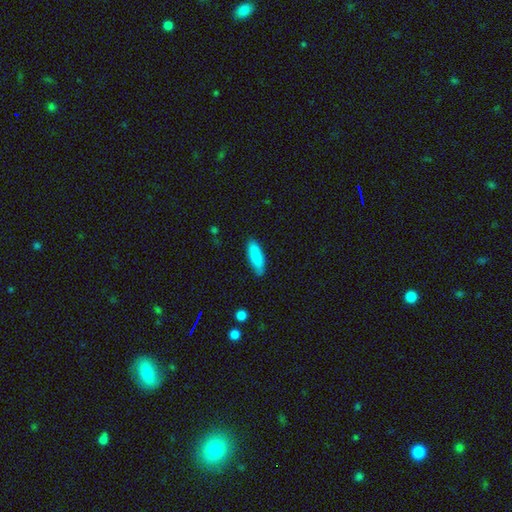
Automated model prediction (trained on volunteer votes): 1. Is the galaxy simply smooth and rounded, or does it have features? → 87% smooth, 7% featured or disk, 6% star or artifact.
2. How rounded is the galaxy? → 53% in between, 46% cigar-shaped, 2% round.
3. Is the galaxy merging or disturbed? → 84% none, 13% minor disturbance, 2% major disturbance, 1% merger.